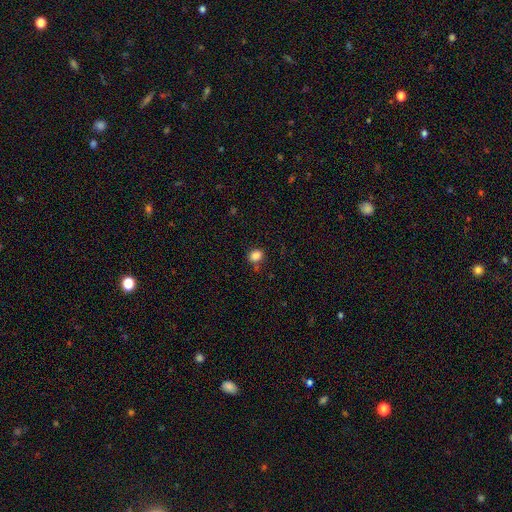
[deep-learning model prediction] smooth_or_featured: smooth (p=0.84) [alt: star or artifact p=0.11]
how_rounded: round (p=0.56) [alt: in between p=0.43]
merging: none (p=0.77) [alt: minor disturbance p=0.14]